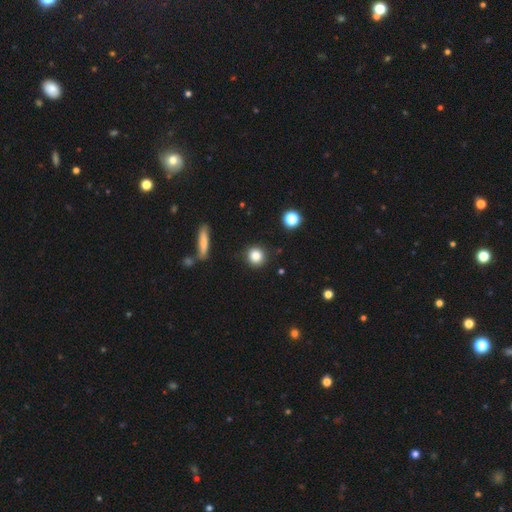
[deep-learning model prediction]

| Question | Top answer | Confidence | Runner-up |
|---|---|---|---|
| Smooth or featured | smooth | 84% | star or artifact (10%) |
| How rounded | round | 89% | in between (10%) |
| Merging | none | 88% | minor disturbance (8%) |